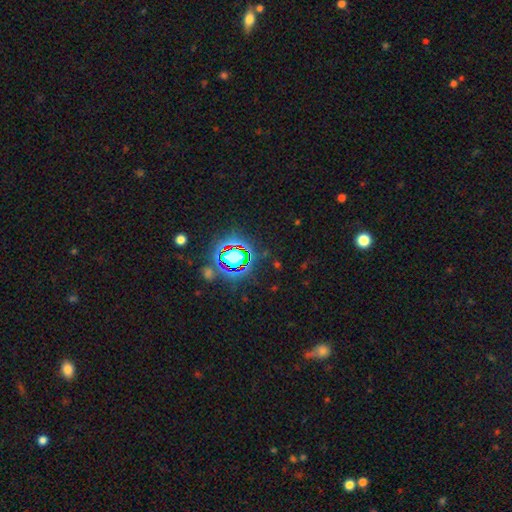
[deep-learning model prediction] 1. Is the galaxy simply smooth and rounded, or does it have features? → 79% star or artifact, 13% smooth, 8% featured or disk.